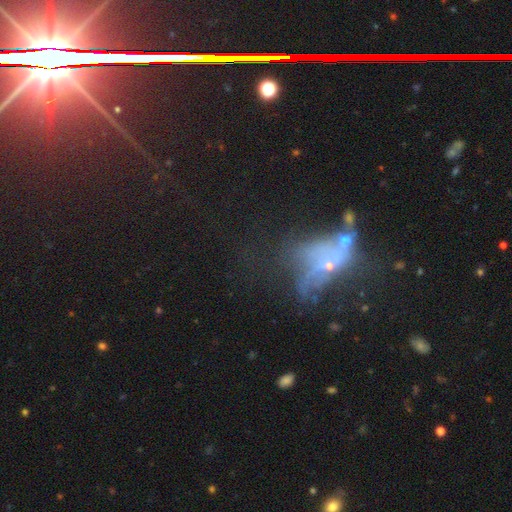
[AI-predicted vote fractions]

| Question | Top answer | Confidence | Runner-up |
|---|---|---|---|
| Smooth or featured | star or artifact | 45% | featured or disk (38%) |